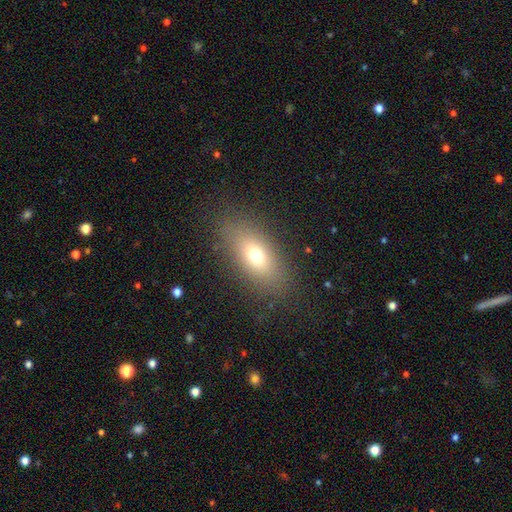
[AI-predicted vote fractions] Morphology: type=smooth (68%); roundness=in between (80%); merging=none (82%).